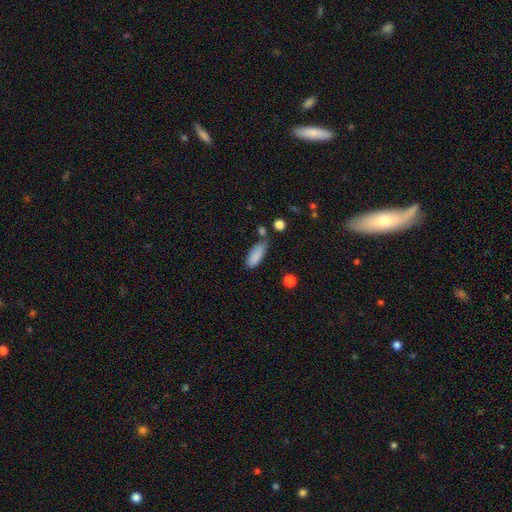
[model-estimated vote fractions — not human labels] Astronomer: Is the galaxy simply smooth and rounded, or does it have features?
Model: smooth — 87%.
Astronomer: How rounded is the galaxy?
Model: in between — 77%.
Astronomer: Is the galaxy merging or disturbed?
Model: none — 64%.